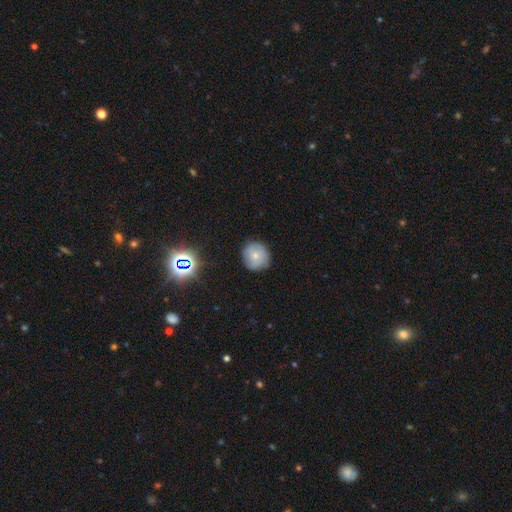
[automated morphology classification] The model was most divided on "smooth or featured": smooth: 64%, featured or disk: 24%, star or artifact: 12%. More confident: how rounded — round (92%); merging — none (83%).